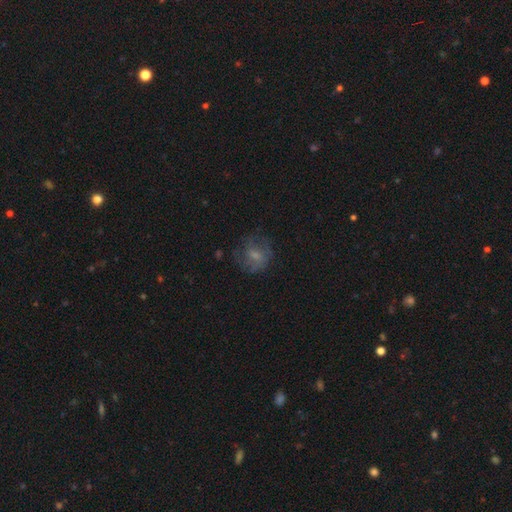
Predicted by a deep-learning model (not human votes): smooth_or_featured: smooth (p=0.49) [alt: featured or disk p=0.39]
merging: none (p=0.60) [alt: minor disturbance p=0.21]